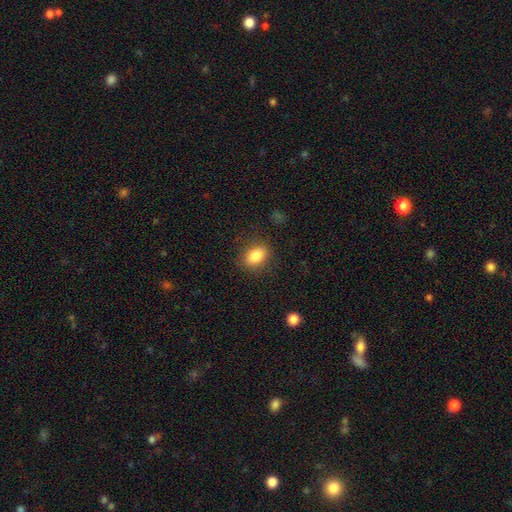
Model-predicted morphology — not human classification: Q: Smooth or featured?
A: smooth (84%); runner-up: star or artifact (9%)
Q: How rounded?
A: in between (80%); runner-up: round (19%)
Q: Merging?
A: none (85%); runner-up: minor disturbance (11%)